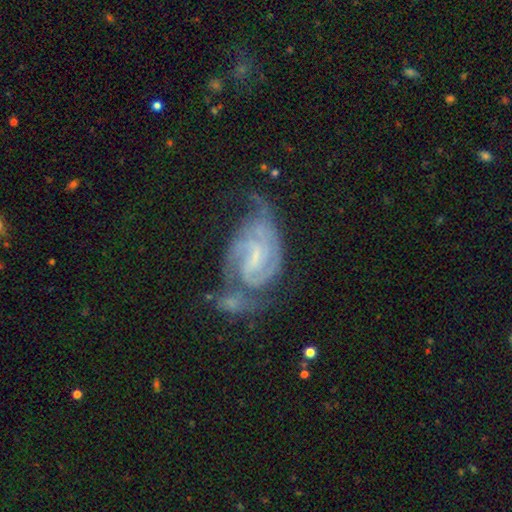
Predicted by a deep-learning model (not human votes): Smooth or featured? Predicted: featured or disk (p=0.86). Edge-on disk? Predicted: no (p=0.97). Bar? Predicted: weak (p=0.53). Spiral arms? Predicted: yes (p=0.97). Spiral winding? Predicted: tight (p=0.53). Spiral arm count? Predicted: 2 (p=0.65). Bulge size? Predicted: small (p=0.60). Merging? Predicted: none (p=0.40).